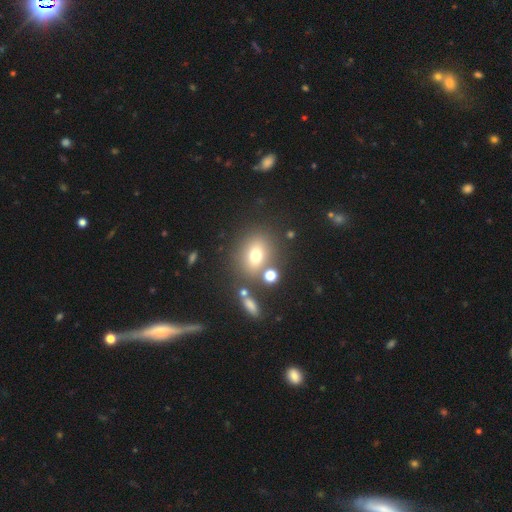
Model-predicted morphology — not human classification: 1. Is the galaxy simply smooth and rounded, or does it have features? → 69% smooth, 16% star or artifact, 15% featured or disk.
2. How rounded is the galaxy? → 52% round, 46% in between, 2% cigar-shaped.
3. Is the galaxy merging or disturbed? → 70% none, 13% merger, 12% minor disturbance, 6% major disturbance.